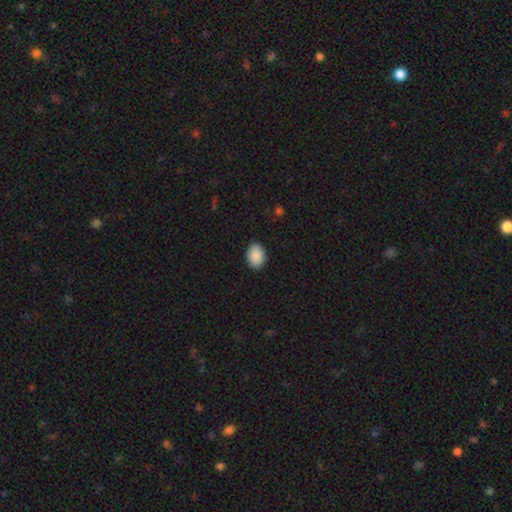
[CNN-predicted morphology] A smooth galaxy with no disk features (90%) that is in between round and cigar-shaped (72%). Merging: none (89%).